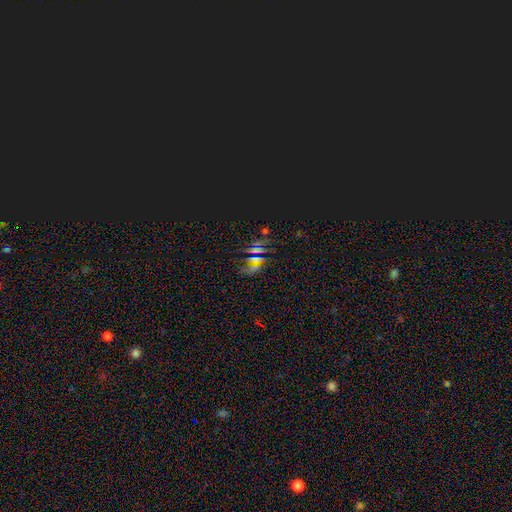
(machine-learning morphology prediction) Overall: star or artifact (57%; smooth 29%).